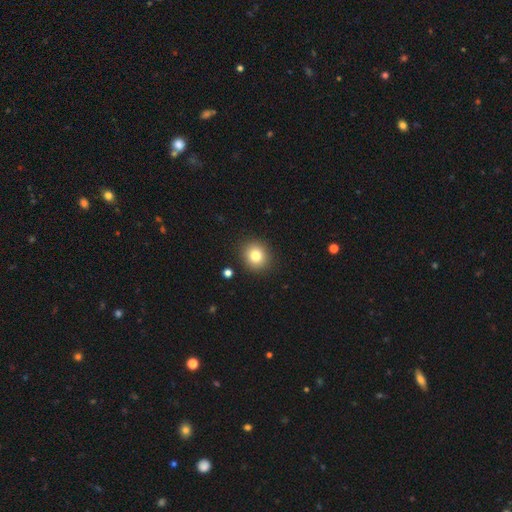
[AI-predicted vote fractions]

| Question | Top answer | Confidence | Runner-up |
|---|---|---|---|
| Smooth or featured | smooth | 80% | star or artifact (11%) |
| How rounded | round | 86% | in between (13%) |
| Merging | none | 90% | minor disturbance (6%) |